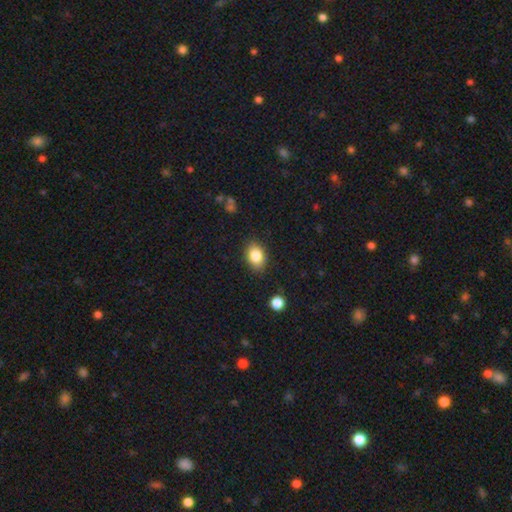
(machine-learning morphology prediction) smooth-or-featured: smooth: 83% | star or artifact: 9% | featured or disk: 8%
  how-rounded: in between: 78% | round: 21% | cigar-shaped: 1%
  merging: none: 85% | minor disturbance: 11% | major disturbance: 3% | merger: 1%